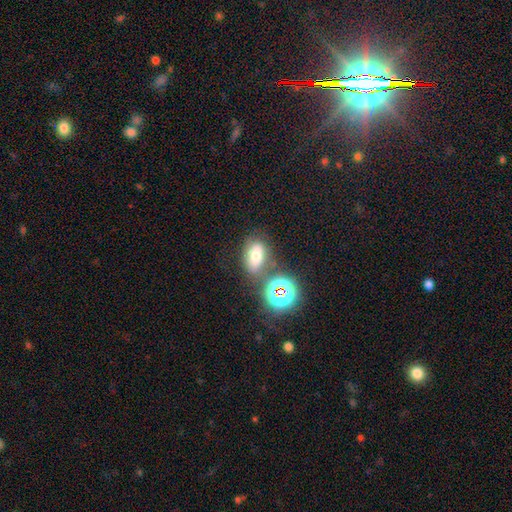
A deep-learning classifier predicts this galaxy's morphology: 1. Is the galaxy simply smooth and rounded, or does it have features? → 61% smooth, 24% star or artifact, 15% featured or disk.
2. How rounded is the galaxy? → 75% in between, 22% round, 3% cigar-shaped.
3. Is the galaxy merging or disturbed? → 59% none, 17% merger, 16% minor disturbance, 8% major disturbance.